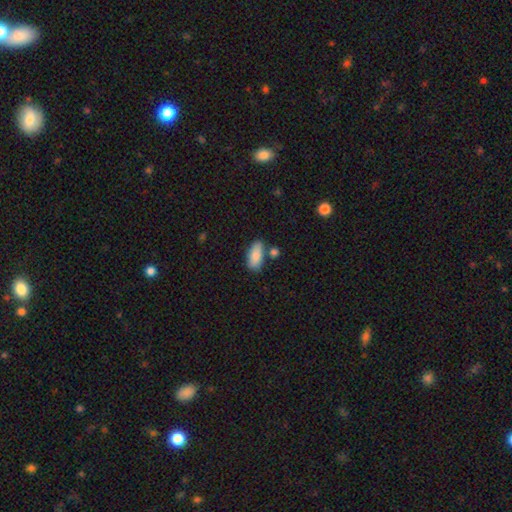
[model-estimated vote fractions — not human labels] smooth 86%, featured or disk 8%, star or artifact 6%. Down the decision tree: how rounded — in between (85%); merging — none (70%).